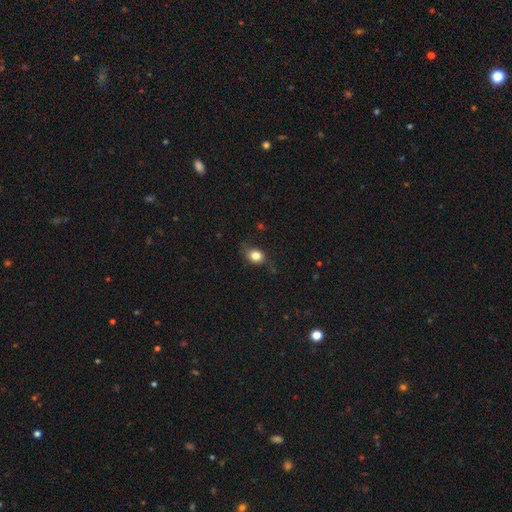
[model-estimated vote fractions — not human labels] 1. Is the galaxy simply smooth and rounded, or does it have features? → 80% smooth, 10% star or artifact, 10% featured or disk.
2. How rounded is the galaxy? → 52% round, 46% in between, 2% cigar-shaped.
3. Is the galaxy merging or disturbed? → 70% none, 22% minor disturbance, 7% major disturbance, 1% merger.